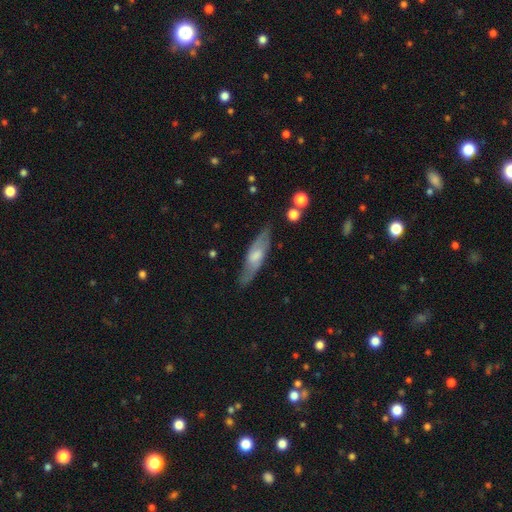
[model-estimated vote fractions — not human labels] featured or disk 53%, smooth 42%, star or artifact 6%. Down the decision tree: edge-on disk — no (51%); merging — none (80%).